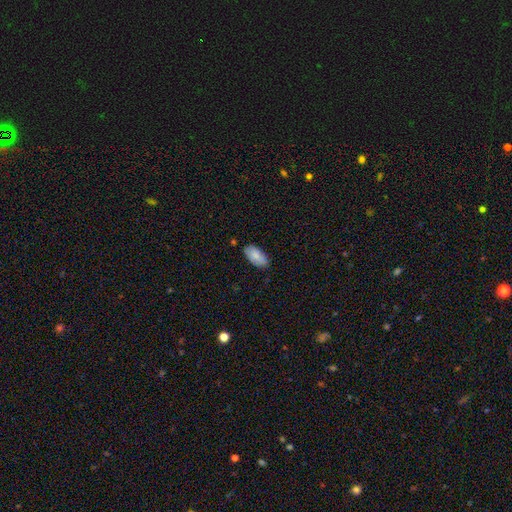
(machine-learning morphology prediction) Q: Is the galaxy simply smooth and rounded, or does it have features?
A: smooth — 84%.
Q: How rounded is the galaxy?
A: in between — 93%.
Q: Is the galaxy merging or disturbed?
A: none — 81%.